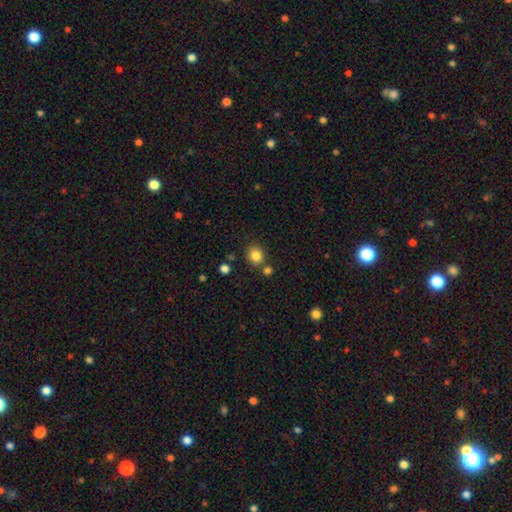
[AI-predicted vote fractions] A smooth galaxy with no disk features (84%) that is round (80%). Merging: none (77%).